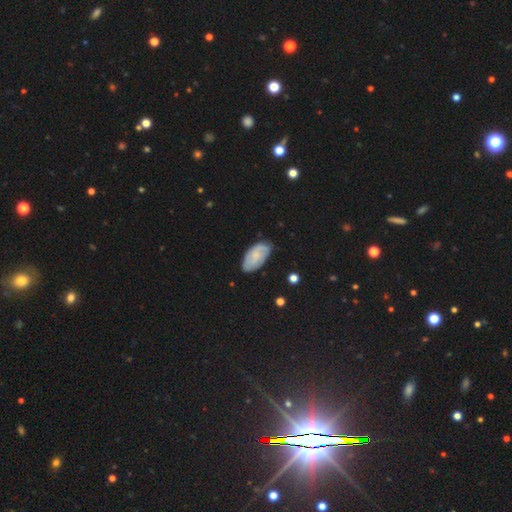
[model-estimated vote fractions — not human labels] smooth 49%, featured or disk 44%, star or artifact 7%. Down the decision tree: merging — none (77%).